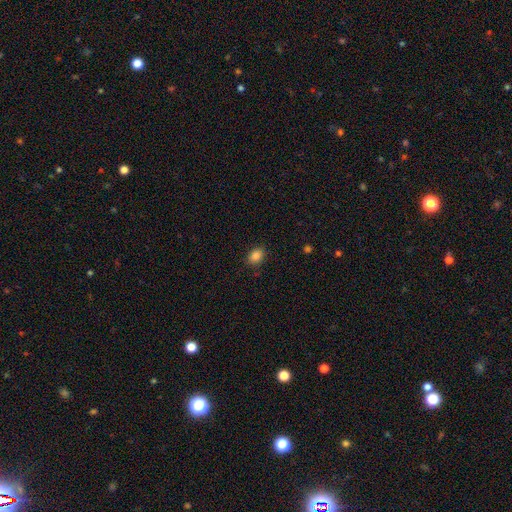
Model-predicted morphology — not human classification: A smooth galaxy with no disk features (86%) that is in between round and cigar-shaped (67%). Merging: none (86%).